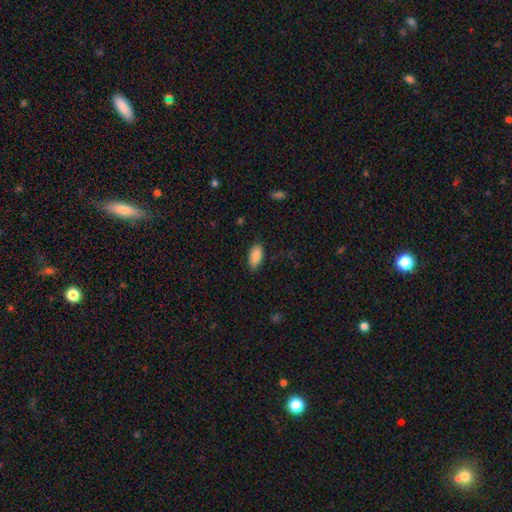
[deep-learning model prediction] A smooth galaxy with no disk features (87%) that is in between round and cigar-shaped (91%).

Vote fractions:
- Smooth or featured? smooth: 87% / star or artifact: 7% / featured or disk: 6%
- How rounded? in between: 91% / cigar-shaped: 6% / round: 2%
- Merging? none: 82% / minor disturbance: 14% / major disturbance: 3% / merger: 1%